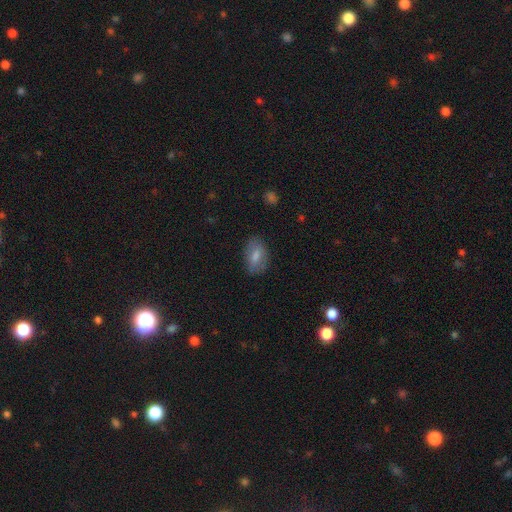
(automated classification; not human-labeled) This is likely a smooth galaxy (72%). How rounded: clearly in between (89%). Merging: likely none (78%).